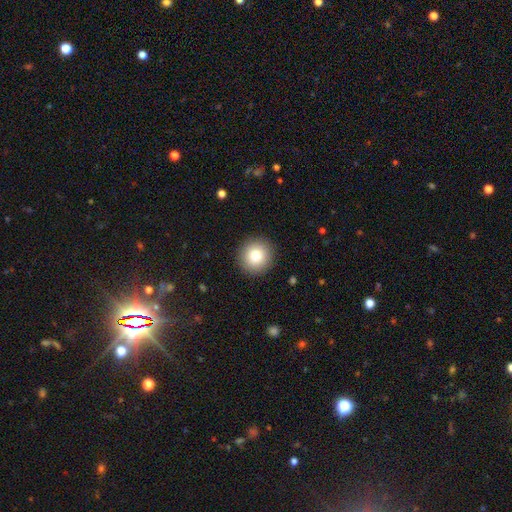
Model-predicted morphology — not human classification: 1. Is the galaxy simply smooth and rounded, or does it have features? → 82% smooth, 9% star or artifact, 9% featured or disk.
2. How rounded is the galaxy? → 93% round, 6% in between, 1% cigar-shaped.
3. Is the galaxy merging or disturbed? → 91% none, 6% minor disturbance, 2% major disturbance, 1% merger.